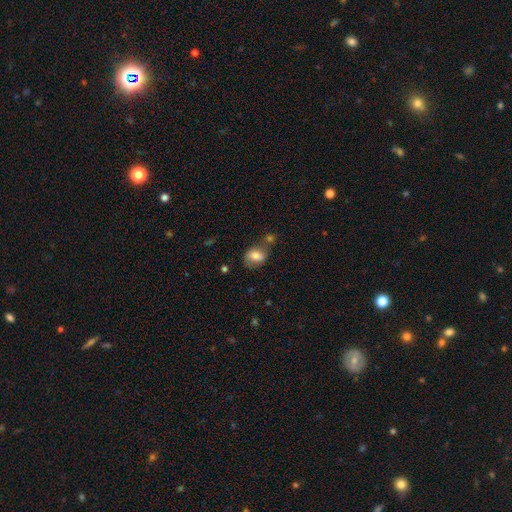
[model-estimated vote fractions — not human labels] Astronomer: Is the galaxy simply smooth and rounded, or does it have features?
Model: smooth — 72%.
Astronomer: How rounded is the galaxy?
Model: in between — 66%.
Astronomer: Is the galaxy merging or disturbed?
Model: none — 50%.